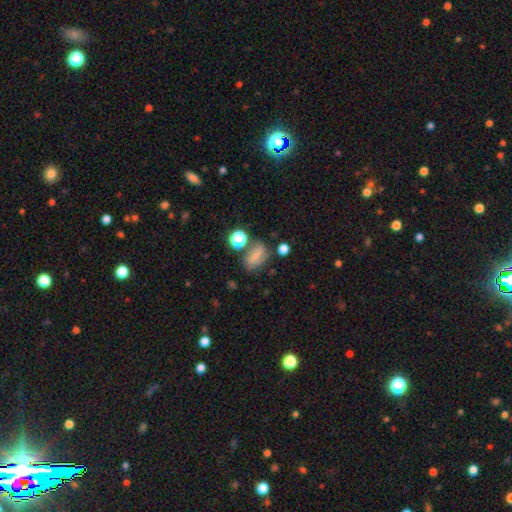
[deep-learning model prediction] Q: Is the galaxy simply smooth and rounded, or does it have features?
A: smooth — 57%.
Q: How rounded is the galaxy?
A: in between — 71%.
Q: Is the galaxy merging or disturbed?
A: none — 58%.